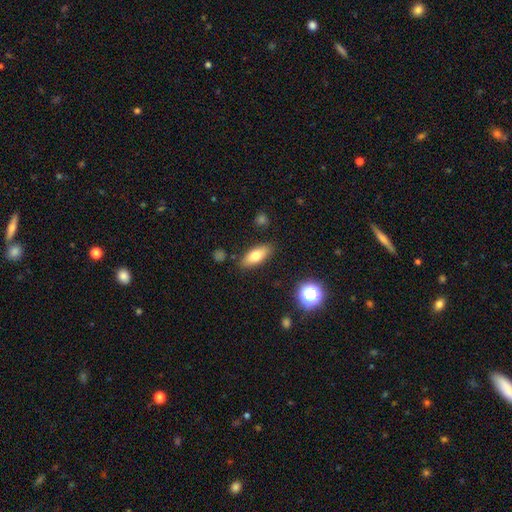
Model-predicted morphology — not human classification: Smooth or featured?
  - smooth: 72% *
  - featured or disk: 19%
  - star or artifact: 8%
How rounded?
  - in between: 73% *
  - cigar-shaped: 23%
  - round: 4%
Merging?
  - none: 86% *
  - minor disturbance: 10%
  - major disturbance: 2%
  - merger: 2%